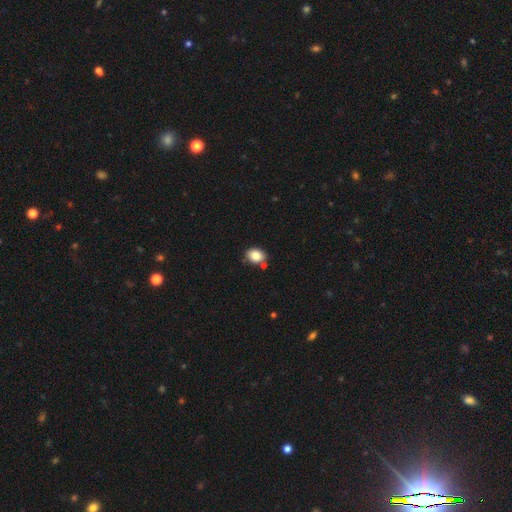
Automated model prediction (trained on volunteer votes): Smooth or featured? Predicted: smooth (p=0.83). How rounded? Predicted: in between (p=0.57). Merging? Predicted: none (p=0.75).